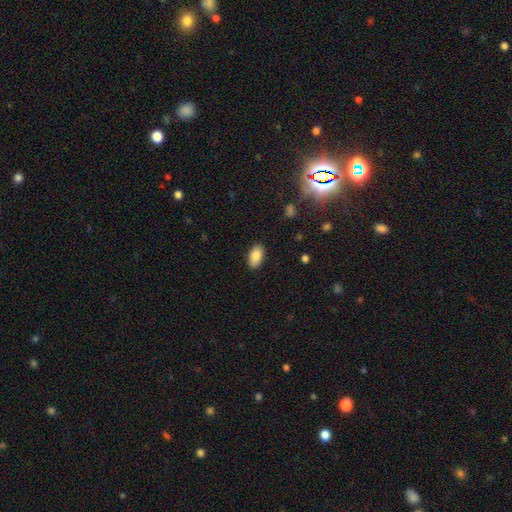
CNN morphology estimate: A smooth galaxy with no disk features (83%) that is in between round and cigar-shaped (94%).

Vote fractions:
- Smooth or featured? smooth: 83% / featured or disk: 9% / star or artifact: 7%
- How rounded? in between: 94% / round: 5% / cigar-shaped: 2%
- Merging? none: 88% / minor disturbance: 9% / major disturbance: 2% / merger: 1%